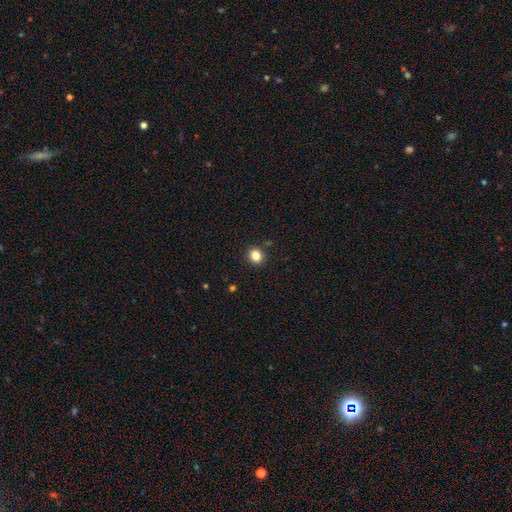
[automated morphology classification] Smooth or featured? Predicted: smooth (p=0.83). How rounded? Predicted: round (p=0.78). Merging? Predicted: none (p=0.89).